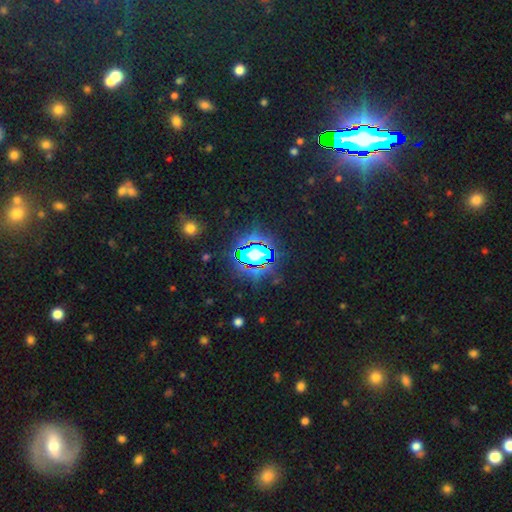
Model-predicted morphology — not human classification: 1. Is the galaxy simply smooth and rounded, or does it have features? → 71% star or artifact, 18% smooth, 11% featured or disk.